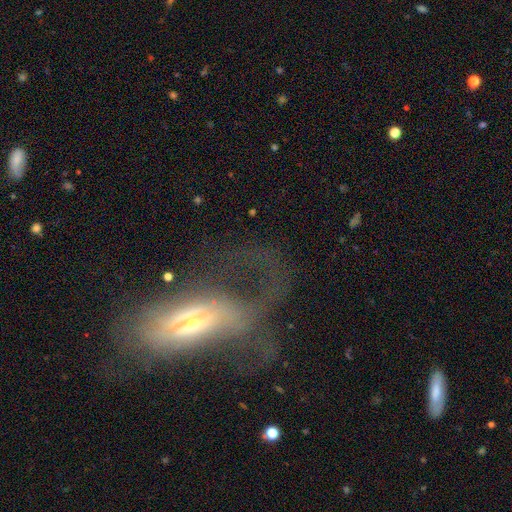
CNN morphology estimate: smooth_or_featured: featured or disk (p=0.57) [alt: smooth p=0.30]
disk_edge_on: no (p=0.81) [alt: yes p=0.19]
merging: major disturbance (p=0.56) [alt: none p=0.24]